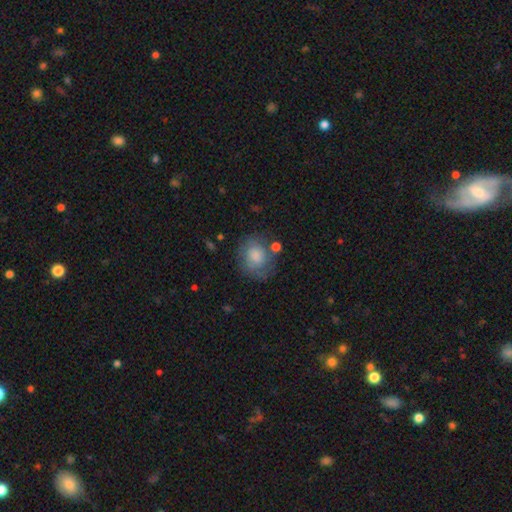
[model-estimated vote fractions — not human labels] A smooth galaxy with no disk features (69%) that is round (70%). Merging: none (60%).